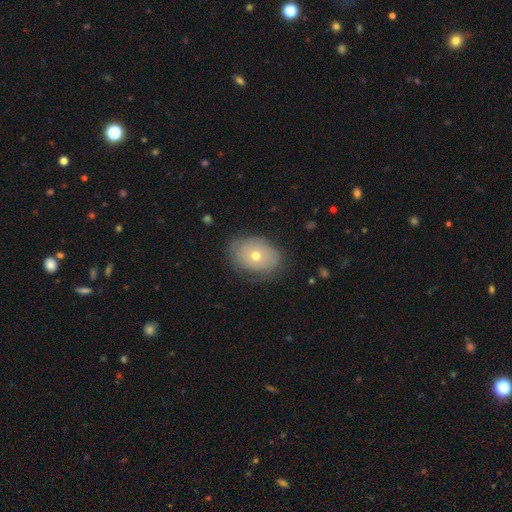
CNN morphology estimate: Smooth or featured?
  - smooth: 60% *
  - featured or disk: 31%
  - star or artifact: 9%
How rounded?
  - in between: 72% *
  - round: 27%
  - cigar-shaped: 1%
Merging?
  - none: 72% *
  - minor disturbance: 20%
  - major disturbance: 6%
  - merger: 1%